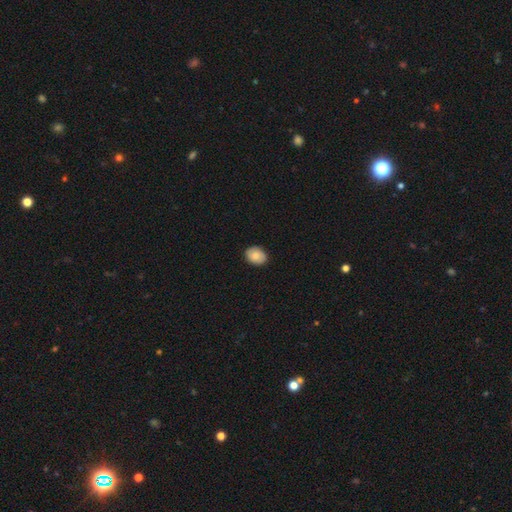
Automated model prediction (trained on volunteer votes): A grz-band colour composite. It shows a smooth galaxy with no disk features (81%) that is in between round and cigar-shaped (58%). Merging: none (88%).